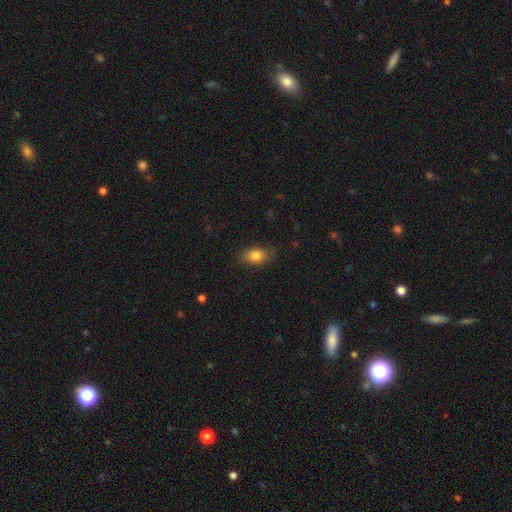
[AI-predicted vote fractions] smooth 83%, star or artifact 9%, featured or disk 8%. Down the decision tree: how rounded — in between (81%); merging — none (82%).